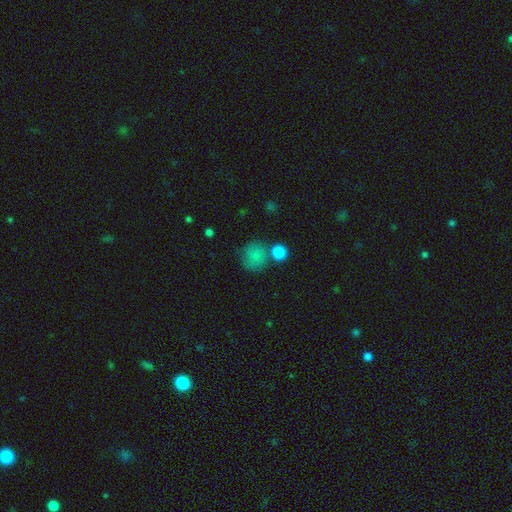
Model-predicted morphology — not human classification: Q: Smooth or featured?
A: smooth (80%); runner-up: star or artifact (11%)
Q: How rounded?
A: round (84%); runner-up: in between (15%)
Q: Merging?
A: none (62%); runner-up: minor disturbance (17%)